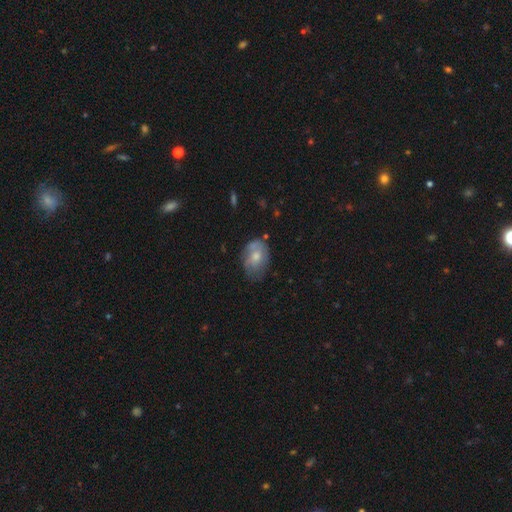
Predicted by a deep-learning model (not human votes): smooth-or-featured: smooth: 57% | featured or disk: 35% | star or artifact: 7%
  how-rounded: in between: 80% | round: 19% | cigar-shaped: 1%
  merging: none: 53% | minor disturbance: 32% | major disturbance: 12% | merger: 3%